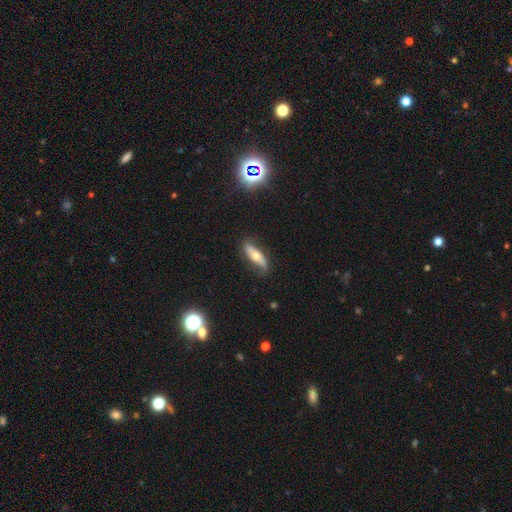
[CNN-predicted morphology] Smooth or featured: featured or disk — 50% (smooth — 42%)
Edge-on disk: yes — 52% (no — 48%)
Merging: none — 76% (minor disturbance — 18%)